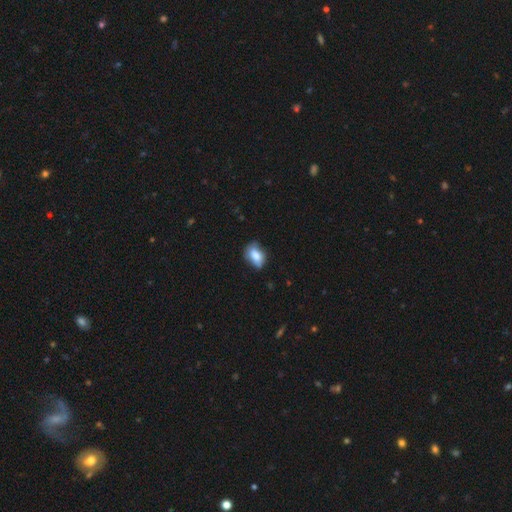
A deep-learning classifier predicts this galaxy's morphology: This appears to be a smooth galaxy with no disk features (76%) that is in between round and cigar-shaped (80%). Merging: none (53%).